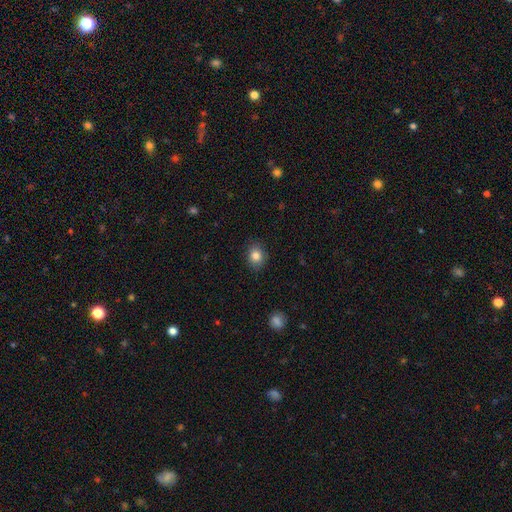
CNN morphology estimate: This appears to be a smooth galaxy with no disk features (83%) that is round (52%). Merging: none (88%).